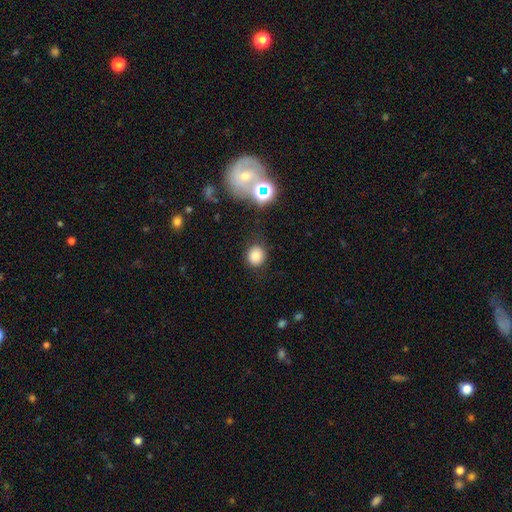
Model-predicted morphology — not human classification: A smooth galaxy with no disk features (78%) that is round (81%). Merging: none (84%).